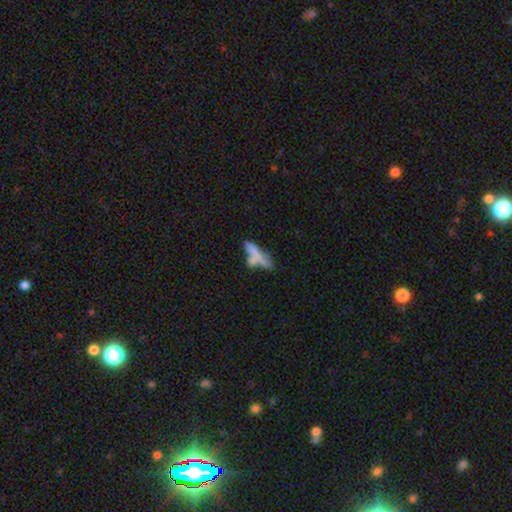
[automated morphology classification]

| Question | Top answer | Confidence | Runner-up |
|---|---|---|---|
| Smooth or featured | smooth | 65% | featured or disk (26%) |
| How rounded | cigar-shaped | 73% | in between (23%) |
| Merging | merger | 40% | none (37%) |